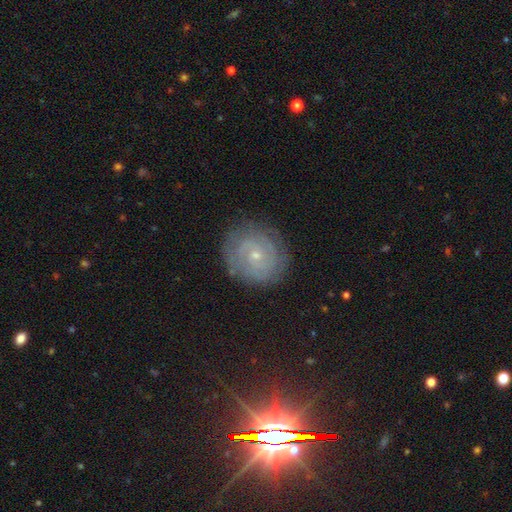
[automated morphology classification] Smooth or featured: featured or disk — 72% (smooth — 18%)
Edge-on disk: no — 97% (yes — 3%)
Bar: no — 75% (weak — 20%)
Spiral arms: yes — 89% (no — 11%)
Spiral winding: tight — 78% (medium — 17%)
Spiral arm count: can't tell — 41% (2 — 30%)
Bulge size: small — 78% (moderate — 18%)
Merging: none — 83% (minor disturbance — 12%)